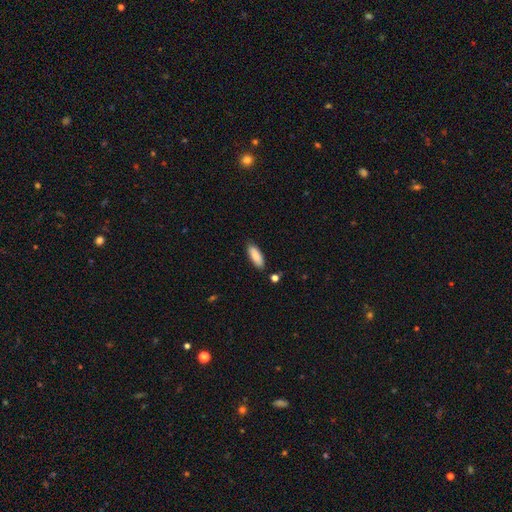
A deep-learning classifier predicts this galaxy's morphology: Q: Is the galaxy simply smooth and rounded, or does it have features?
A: smooth — 84%.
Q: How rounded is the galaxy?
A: in between — 67%.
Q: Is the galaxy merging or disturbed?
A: none — 84%.